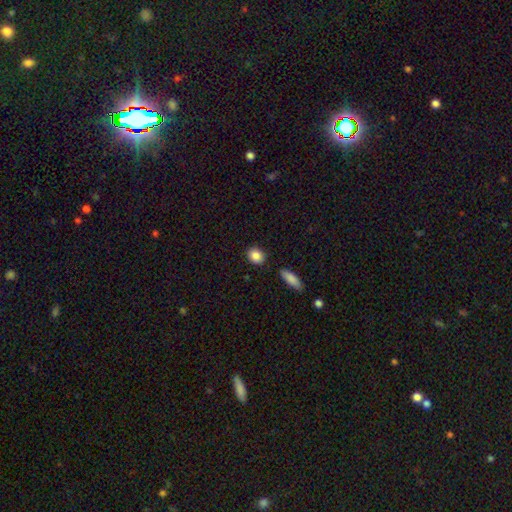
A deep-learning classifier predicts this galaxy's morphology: The model was most divided on "how rounded": round: 57%, in between: 41%, cigar-shaped: 2%. More confident: smooth or featured — smooth (88%); merging — none (86%).